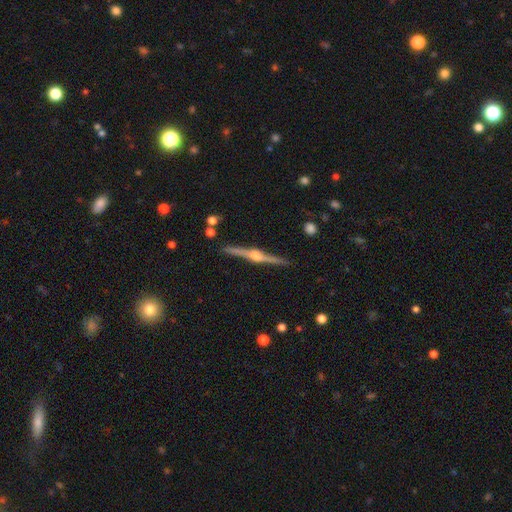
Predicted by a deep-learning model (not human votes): smooth-or-featured: featured or disk: 88% | smooth: 7% | star or artifact: 5%
  disk-edge-on: yes: 99% | no: 1%
    edge-on-bulge: rounded: 93% | boxy: 5% | none: 2%
  merging: none: 92% | minor disturbance: 6% | merger: 1% | major disturbance: 1%